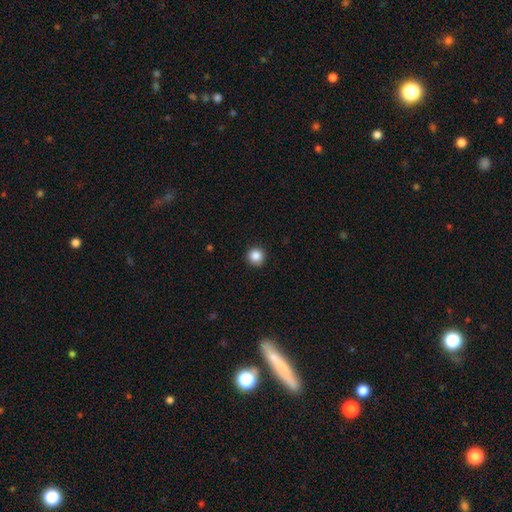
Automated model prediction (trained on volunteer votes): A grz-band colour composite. It shows a smooth galaxy with no disk features (87%) that is round (95%). Merging: none (92%).